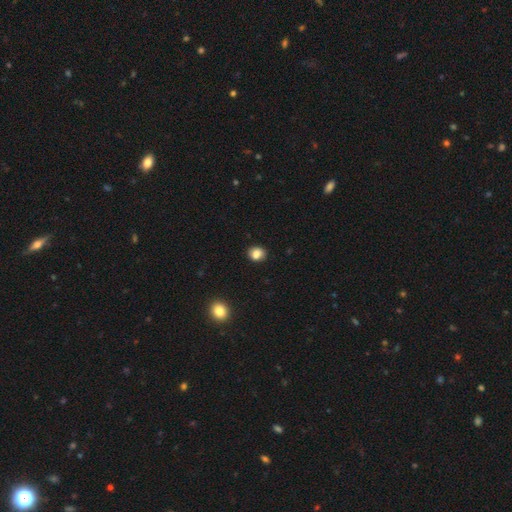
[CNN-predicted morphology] smooth_or_featured: smooth (p=0.84) [alt: star or artifact p=0.10]
how_rounded: round (p=0.66) [alt: in between p=0.33]
merging: none (p=0.86) [alt: minor disturbance p=0.09]